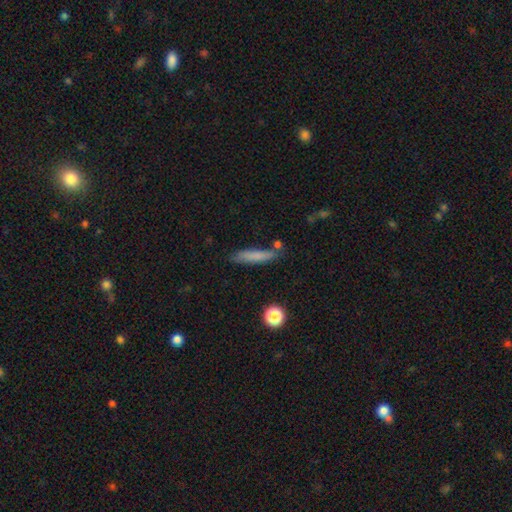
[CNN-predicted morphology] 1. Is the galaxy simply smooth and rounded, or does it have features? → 76% smooth, 16% featured or disk, 8% star or artifact.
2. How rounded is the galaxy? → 87% cigar-shaped, 11% in between, 2% round.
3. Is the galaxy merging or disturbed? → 75% none, 15% minor disturbance, 6% merger, 4% major disturbance.